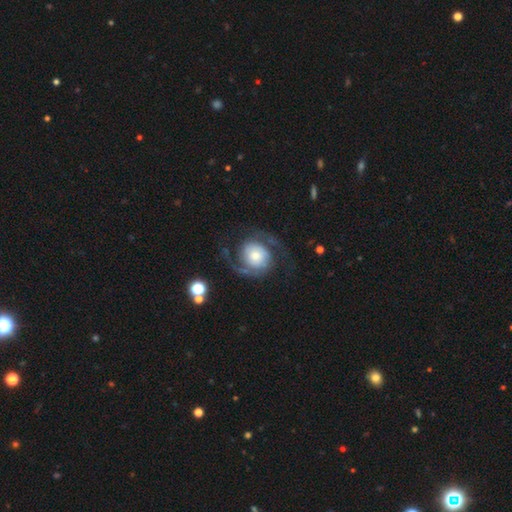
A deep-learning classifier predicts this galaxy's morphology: Smooth or featured?
  - featured or disk: 78% *
  - smooth: 16%
  - star or artifact: 6%
Edge-on disk?
  - no: 98% *
  - yes: 2%
Bar?
  - no: 74% *
  - weak: 20%
  - strong: 6%
Spiral arms?
  - yes: 93% *
  - no: 7%
Spiral winding?
  - medium: 44% *
  - loose: 34%
  - tight: 22%
Spiral arm count?
  - 2: 90% *
  - can't tell: 3%
  - 1: 3%
  - 3: 2%
  - 4: 1%
  - more than 4: 1%
Bulge size?
  - moderate: 39% *
  - small: 31%
  - large: 20%
  - dominant: 7%
  - none: 3%
Merging?
  - none: 67% *
  - major disturbance: 17%
  - minor disturbance: 14%
  - merger: 2%